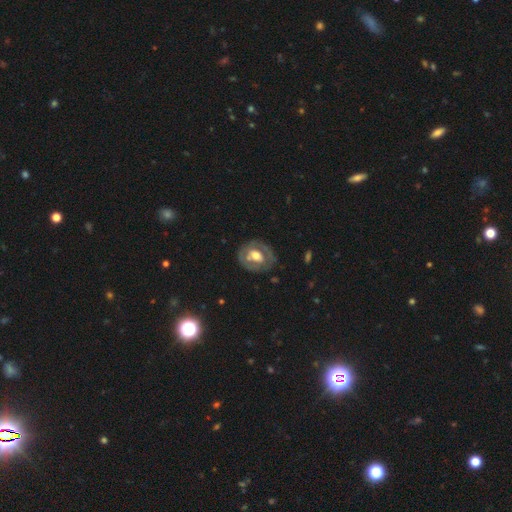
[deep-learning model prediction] featured or disk 63%, smooth 31%, star or artifact 6%. Down the decision tree: edge-on disk — no (95%); bar — no (56%); spiral arms — no (63%); bulge size — moderate (60%); merging — none (72%).